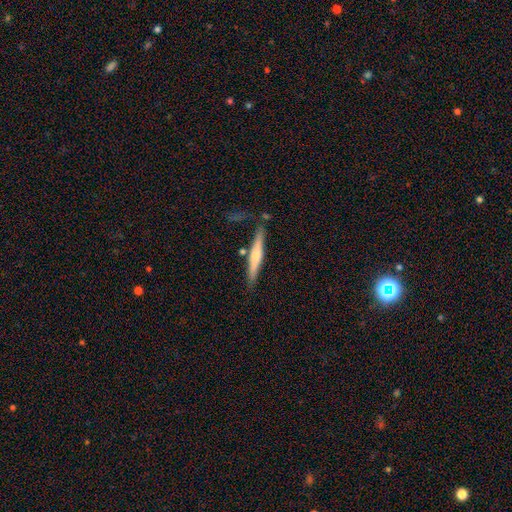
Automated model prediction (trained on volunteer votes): Smooth or featured: smooth — 50% (featured or disk — 45%)
Merging: none — 77% (minor disturbance — 14%)